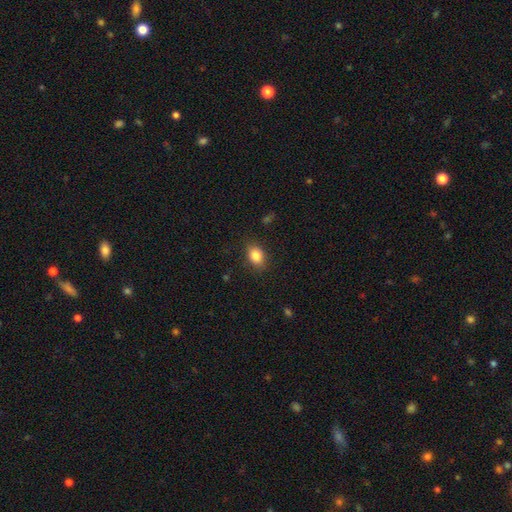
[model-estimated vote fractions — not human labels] Smooth or featured?
  - smooth: 84% *
  - star or artifact: 9%
  - featured or disk: 6%
How rounded?
  - in between: 69% *
  - round: 30%
  - cigar-shaped: 1%
Merging?
  - none: 83% *
  - minor disturbance: 12%
  - major disturbance: 3%
  - merger: 1%